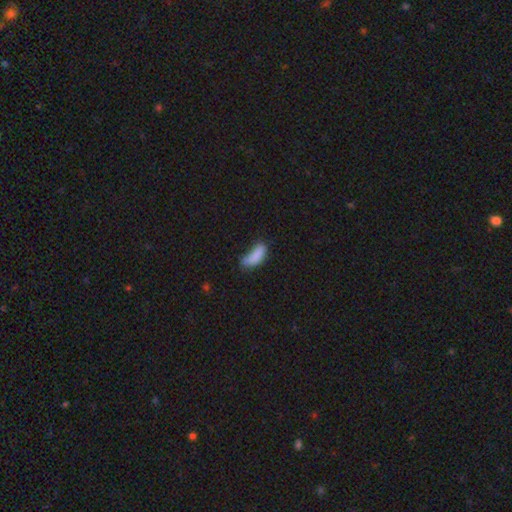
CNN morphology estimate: Overall: smooth (82%). How rounded: in between (71%). Merging: none (38%; minor disturbance 36%).